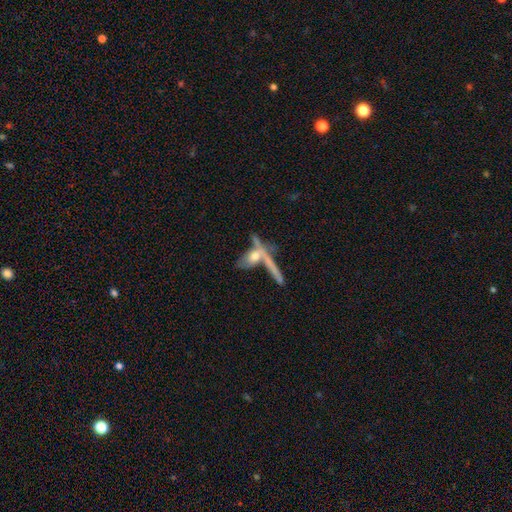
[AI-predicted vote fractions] Smooth or featured?
  - featured or disk: 49% *
  - smooth: 30%
  - star or artifact: 22%
Merging?
  - merger: 46% *
  - none: 32%
  - major disturbance: 12%
  - minor disturbance: 11%